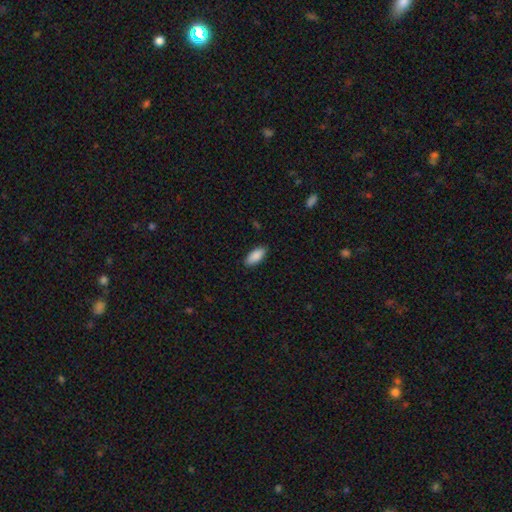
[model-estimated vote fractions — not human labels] This appears to be a smooth galaxy with no disk features (89%) that is in between round and cigar-shaped (87%). Merging: none (88%).